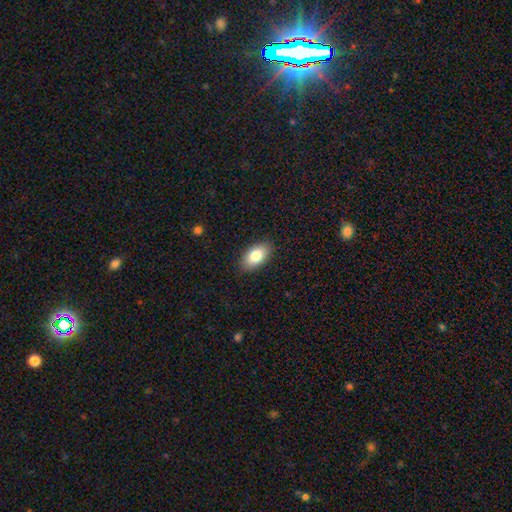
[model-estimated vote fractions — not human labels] This appears to be a smooth galaxy with no disk features (81%) that is in between round and cigar-shaped (93%). Merging: none (88%).